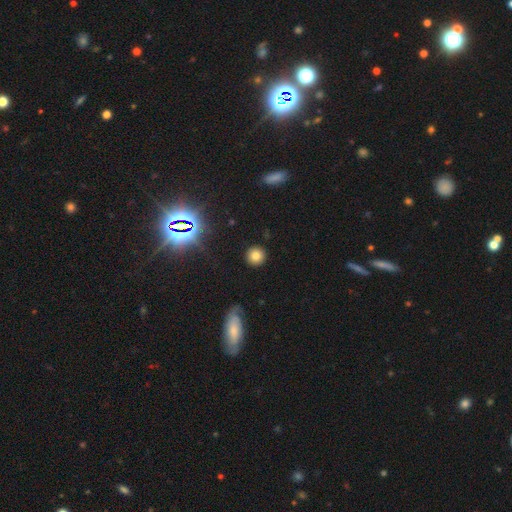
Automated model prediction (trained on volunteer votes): Morphology: type=smooth (76%); roundness=round (93%); merging=none (90%).